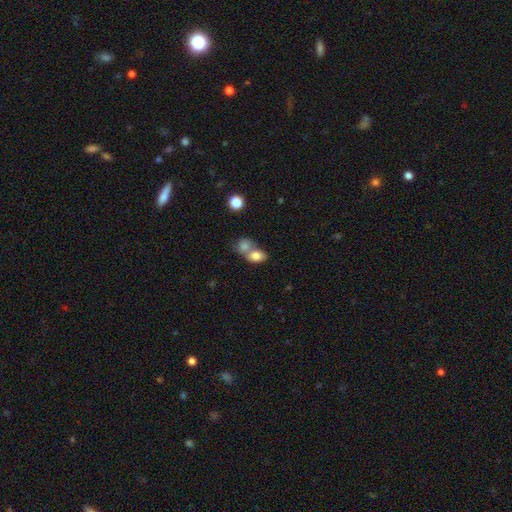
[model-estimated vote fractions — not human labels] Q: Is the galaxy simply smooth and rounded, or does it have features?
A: smooth — 80%.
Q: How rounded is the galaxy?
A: in between — 74%.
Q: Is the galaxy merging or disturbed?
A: merger — 58%.